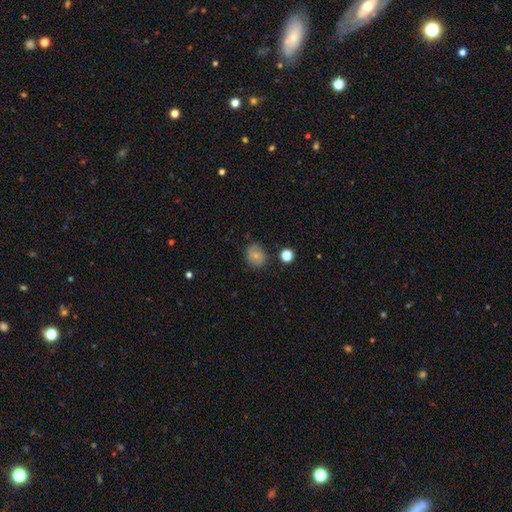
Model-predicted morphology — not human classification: This is likely a smooth galaxy (68%). How rounded: likely round (67%). Merging: likely none (75%).